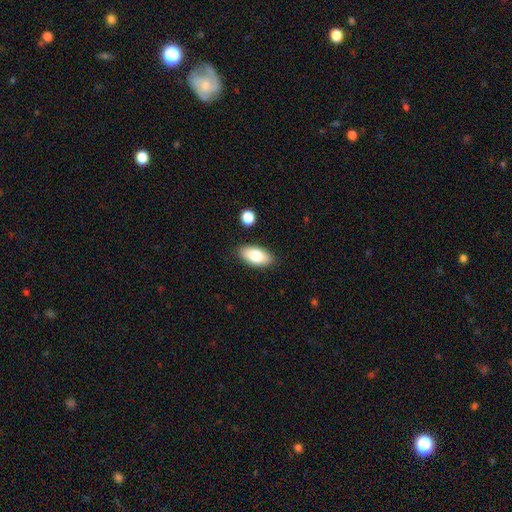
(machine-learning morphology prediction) smooth 80%, featured or disk 13%, star or artifact 7%. Down the decision tree: how rounded — in between (91%); merging — none (86%).